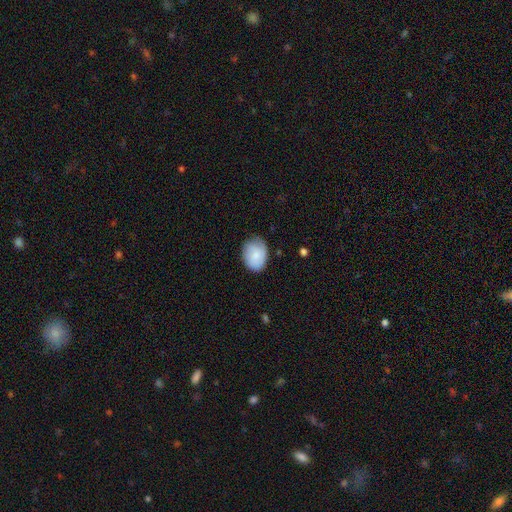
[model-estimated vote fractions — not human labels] The model was most divided on "how rounded": in between: 64%, round: 35%, cigar-shaped: 1%. More confident: smooth or featured — smooth (76%); merging — none (69%).